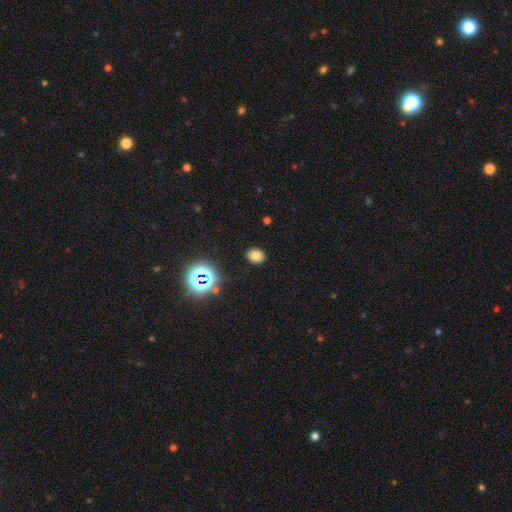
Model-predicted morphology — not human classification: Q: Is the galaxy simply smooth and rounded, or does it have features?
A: smooth — 74%.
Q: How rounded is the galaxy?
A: round — 55%.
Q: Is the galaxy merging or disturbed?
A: none — 89%.